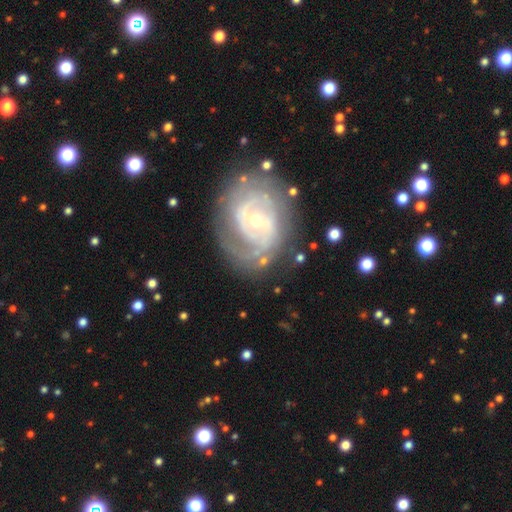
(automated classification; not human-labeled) Smooth or featured: featured or disk — 84% (smooth — 10%)
Edge-on disk: no — 97% (yes — 3%)
Bar: no — 43% (weak — 41%)
Spiral arms: yes — 89% (no — 11%)
Spiral winding: tight — 57% (medium — 32%)
Spiral arm count: 2 — 44% (can't tell — 28%)
Bulge size: small — 54% (moderate — 42%)
Merging: none — 68% (minor disturbance — 18%)